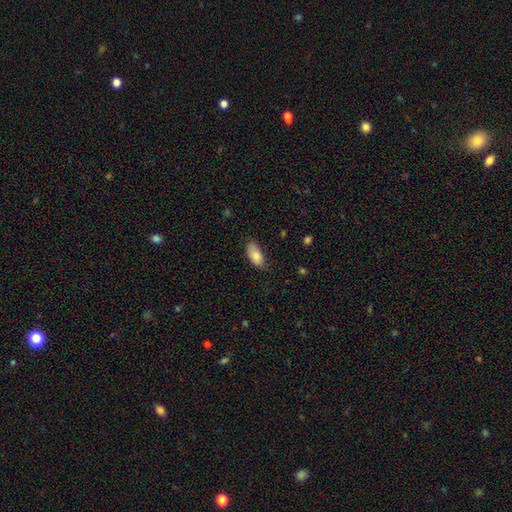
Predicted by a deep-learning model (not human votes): This appears to be a smooth galaxy with no disk features (83%) that is in between round and cigar-shaped (92%). Merging: none (69%).